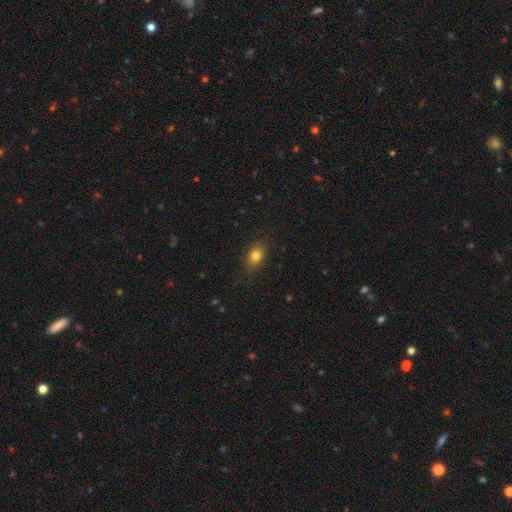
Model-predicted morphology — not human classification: This appears to be a smooth galaxy with no disk features (80%) that is in between round and cigar-shaped (79%). Merging: none (83%).